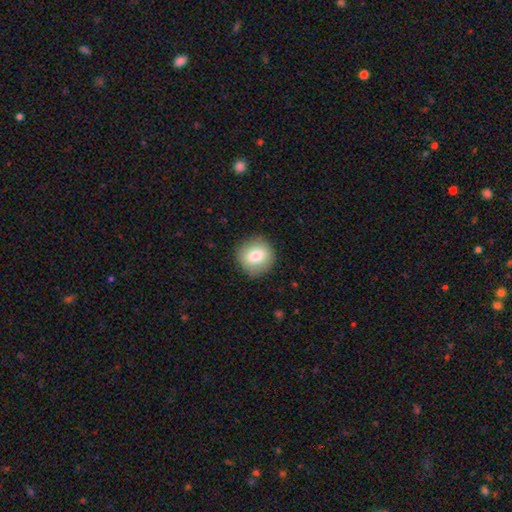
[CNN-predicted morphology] smooth-or-featured: smooth: 80% | featured or disk: 12% | star or artifact: 8%
  how-rounded: round: 87% | in between: 12% | cigar-shaped: 1%
  merging: none: 85% | minor disturbance: 11% | major disturbance: 3% | merger: 1%